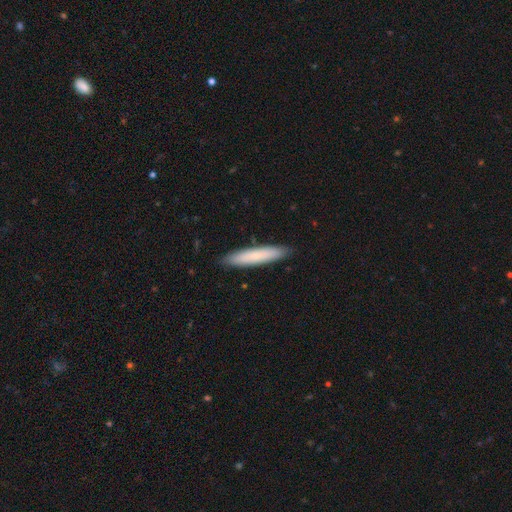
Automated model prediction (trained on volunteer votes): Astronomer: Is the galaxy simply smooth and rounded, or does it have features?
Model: smooth — 76%.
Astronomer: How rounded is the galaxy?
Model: cigar-shaped — 90%.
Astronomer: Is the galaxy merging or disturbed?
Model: none — 90%.